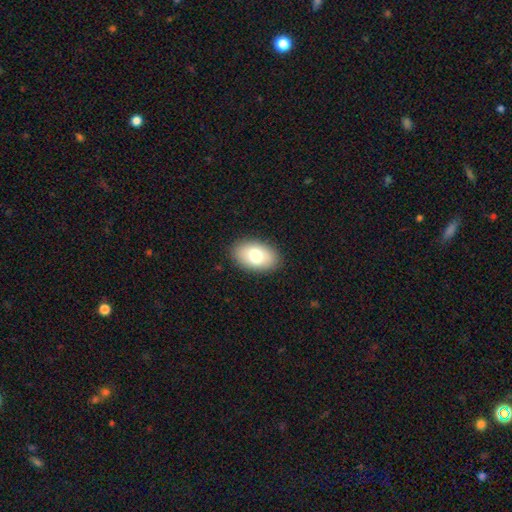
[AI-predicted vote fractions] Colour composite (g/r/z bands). It shows a smooth galaxy with no disk features (76%) that is in between round and cigar-shaped (91%). Merging: none (88%).